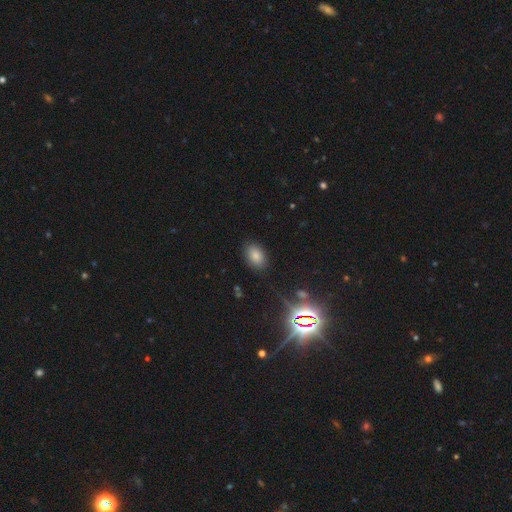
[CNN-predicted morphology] Overall: smooth (78%). How rounded: in between (85%). Merging: none (86%).